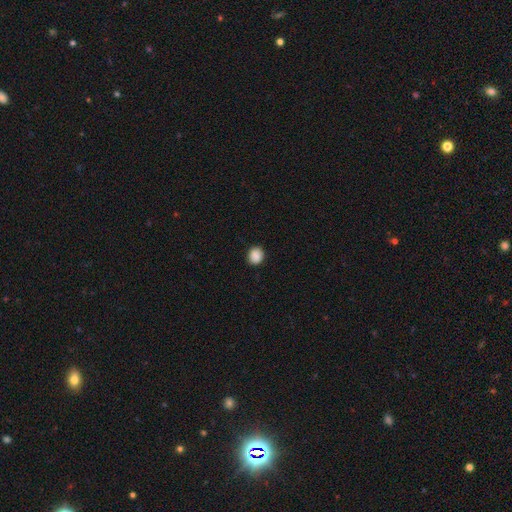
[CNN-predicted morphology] Q: Smooth or featured?
A: smooth (89%); runner-up: star or artifact (9%)
Q: How rounded?
A: round (76%); runner-up: in between (23%)
Q: Merging?
A: none (89%); runner-up: minor disturbance (8%)